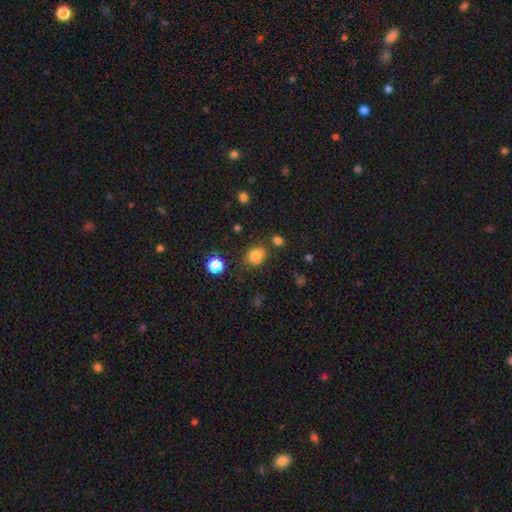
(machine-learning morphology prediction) This appears to be a smooth galaxy with no disk features (76%) that is round (52%). Merging: none (56%).